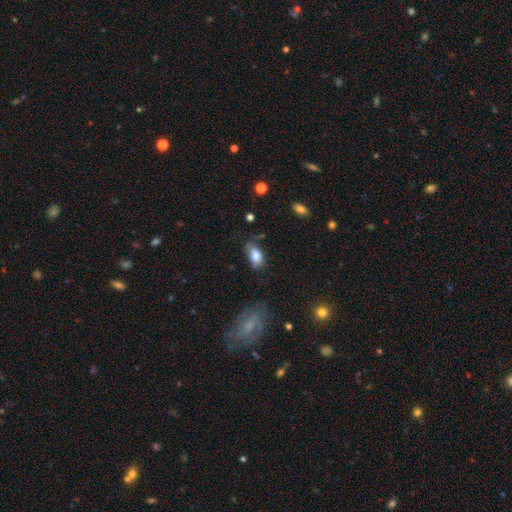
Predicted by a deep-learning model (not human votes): Smooth or featured: smooth — 81% (featured or disk — 11%)
How rounded: in between — 91% (round — 5%)
Merging: none — 61% (minor disturbance — 29%)